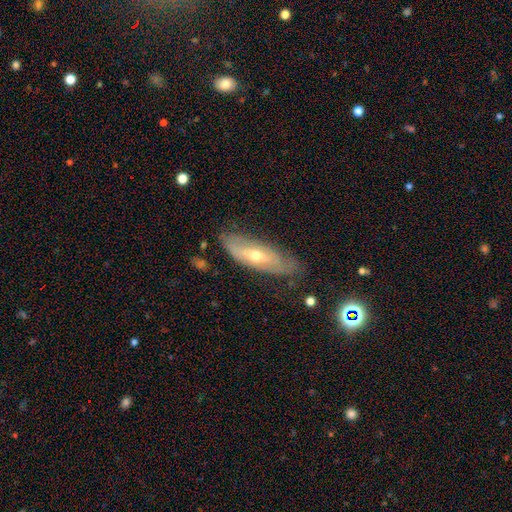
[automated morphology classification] This is likely a featured or disk galaxy (63%). It is likely not viewed edge-on (68%). Merging: likely none (67%).